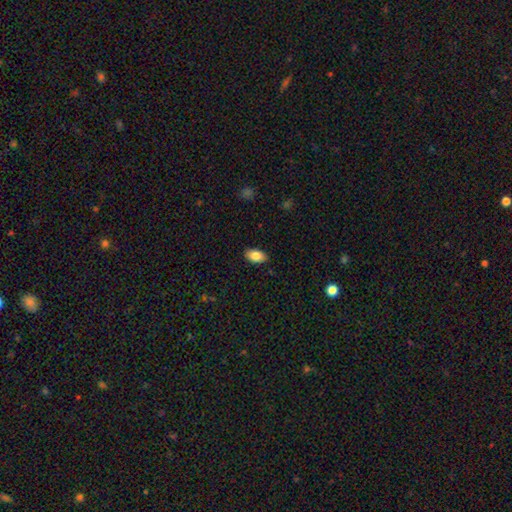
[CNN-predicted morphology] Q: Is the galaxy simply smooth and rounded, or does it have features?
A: smooth — 85%.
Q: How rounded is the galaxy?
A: in between — 93%.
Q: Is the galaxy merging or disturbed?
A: none — 88%.